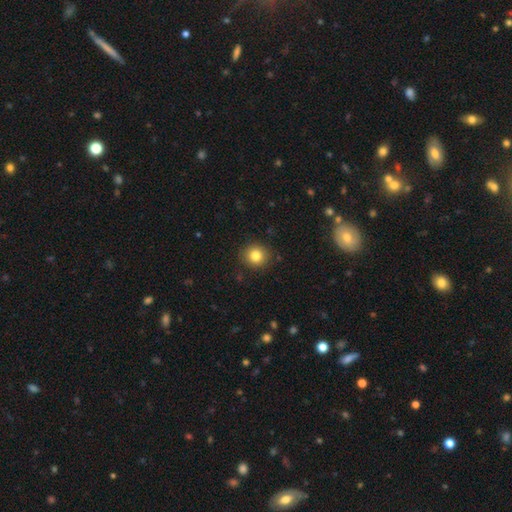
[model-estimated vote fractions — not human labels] Overall: smooth (82%). How rounded: round (89%). Merging: none (89%).